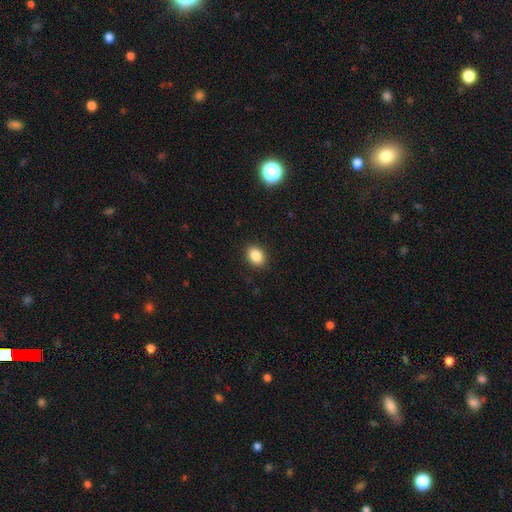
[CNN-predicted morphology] Overall: smooth (87%). How rounded: in between (65%; round 34%). Merging: none (90%).